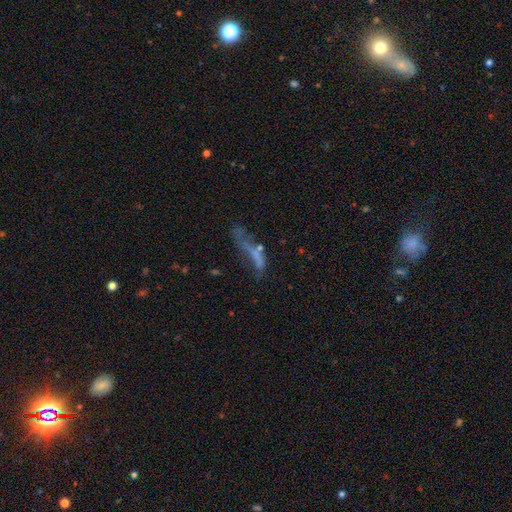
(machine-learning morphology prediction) Smooth or featured? smooth (42%)
Merging? major disturbance (39%)